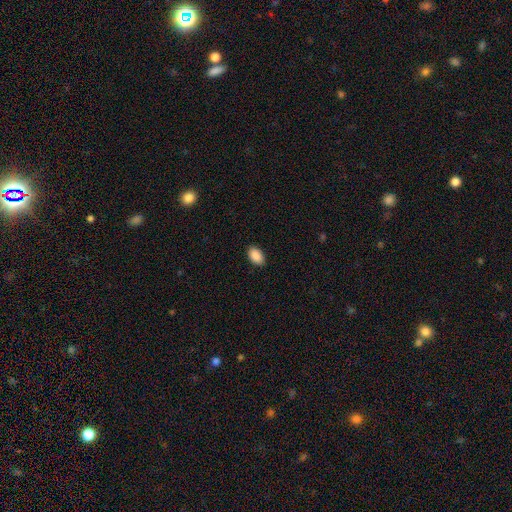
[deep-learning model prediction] Overall: smooth (90%). How rounded: in between (90%). Merging: none (88%).